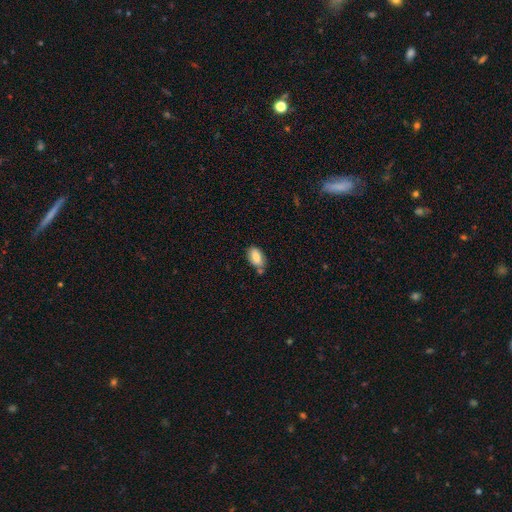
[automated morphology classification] Smooth or featured: smooth — 80% (featured or disk — 13%)
How rounded: in between — 92% (round — 6%)
Merging: none — 65% (minor disturbance — 19%)